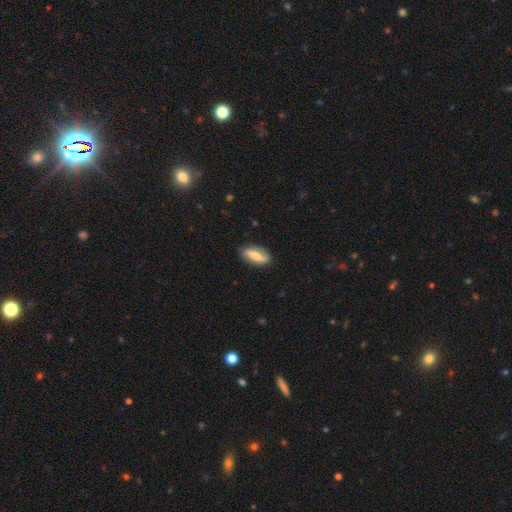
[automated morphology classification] Smooth or featured?
  - featured or disk: 53% *
  - smooth: 41%
  - star or artifact: 6%
Edge-on disk?
  - no: 80% *
  - yes: 20%
Merging?
  - none: 84% *
  - minor disturbance: 12%
  - major disturbance: 3%
  - merger: 1%